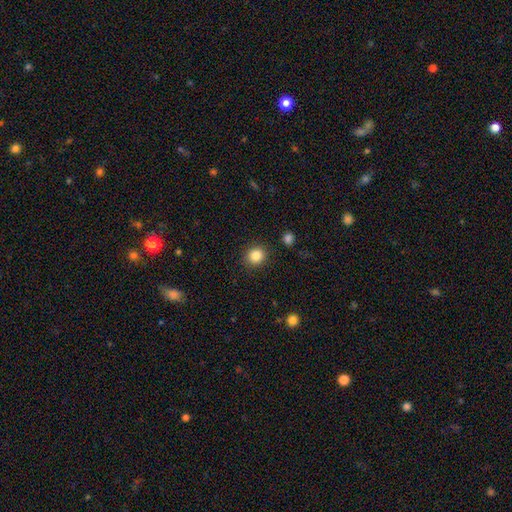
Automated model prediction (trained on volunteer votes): smooth 85%, star or artifact 11%, featured or disk 5%. Down the decision tree: how rounded — round (86%); merging — none (90%).